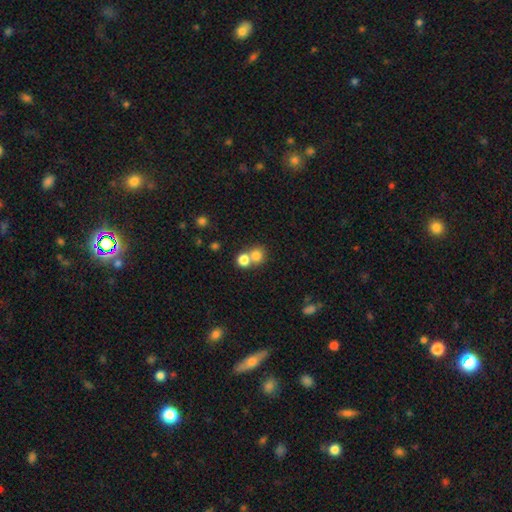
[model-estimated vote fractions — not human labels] smooth 78%, star or artifact 12%, featured or disk 10%. Down the decision tree: how rounded — round (85%); merging — merger (49%).